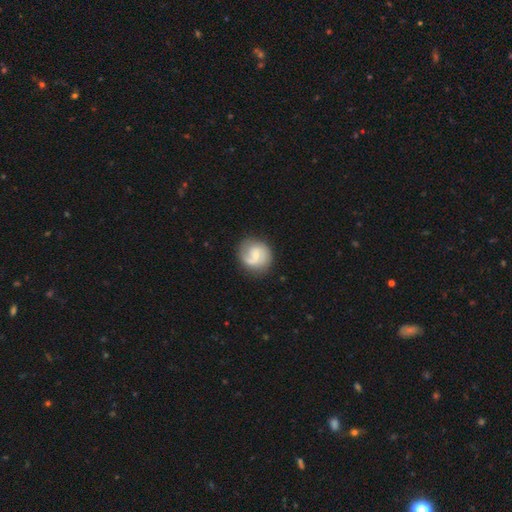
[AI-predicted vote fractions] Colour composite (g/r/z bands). It shows a featured or disk galaxy (64%) with a weak bar (50%), 2 (65%) medium (44%) spiral arms (88%) and a small central bulge (58%). Merging: none (75%).